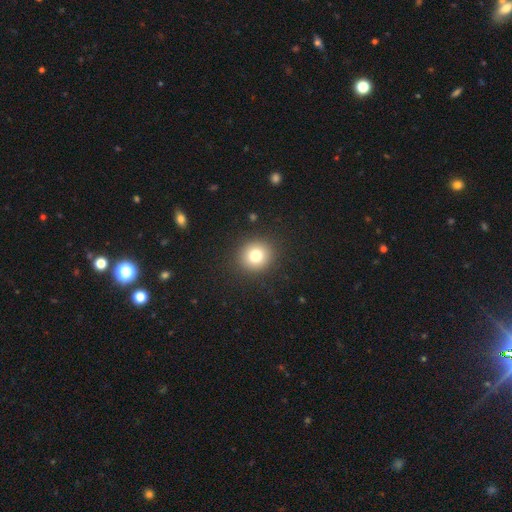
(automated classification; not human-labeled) A smooth galaxy with no disk features (79%) that is round (90%).

Vote fractions:
- Smooth or featured? smooth: 79% / star or artifact: 12% / featured or disk: 9%
- How rounded? round: 90% / in between: 9% / cigar-shaped: 1%
- Merging? none: 91% / minor disturbance: 6% / major disturbance: 3% / merger: 1%